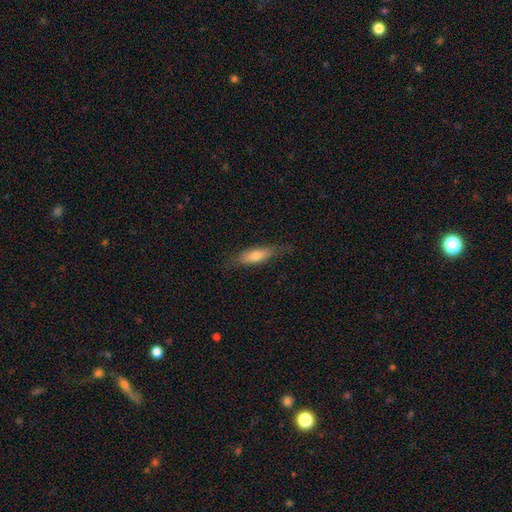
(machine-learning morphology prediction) Smooth or featured? Predicted: smooth (p=0.57). How rounded? Predicted: cigar-shaped (p=0.69). Merging? Predicted: none (p=0.78).